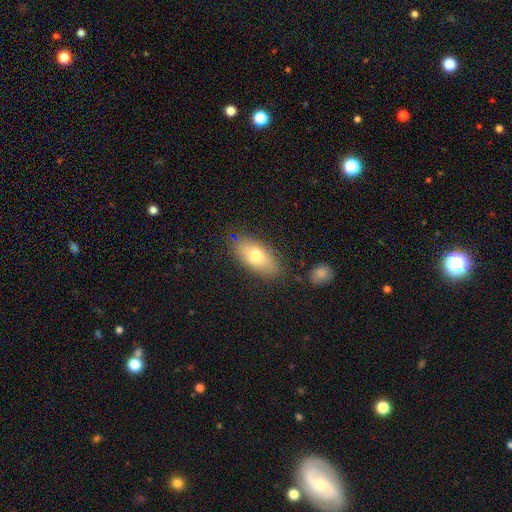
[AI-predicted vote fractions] Smooth or featured: smooth — 73% (featured or disk — 19%)
How rounded: in between — 87% (cigar-shaped — 9%)
Merging: none — 80% (minor disturbance — 13%)